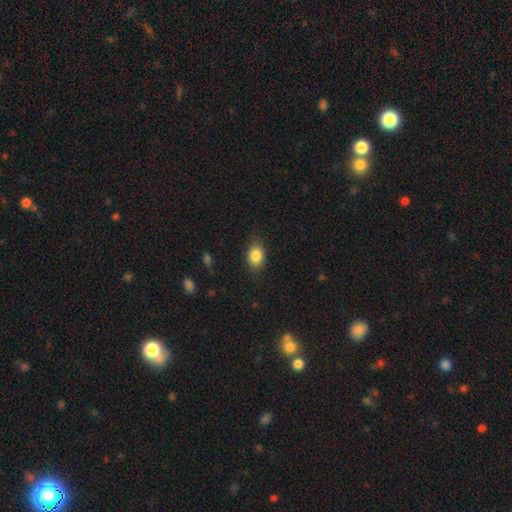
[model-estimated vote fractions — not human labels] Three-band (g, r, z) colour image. It shows a smooth galaxy with no disk features (86%) that is in between round and cigar-shaped (68%). Merging: none (80%).